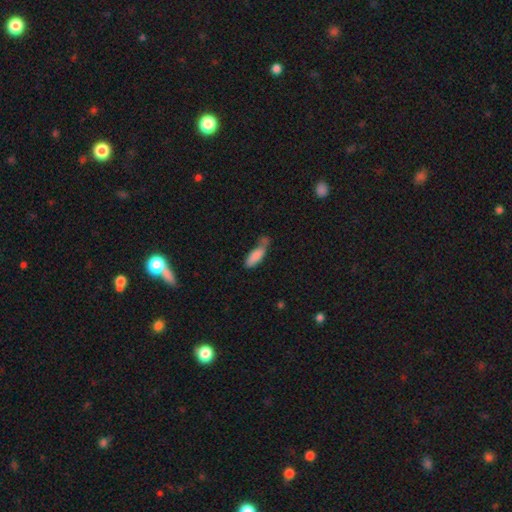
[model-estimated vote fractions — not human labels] Smooth or featured: smooth — 83% (featured or disk — 10%)
How rounded: in between — 65% (cigar-shaped — 33%)
Merging: none — 36% (minor disturbance — 28%)